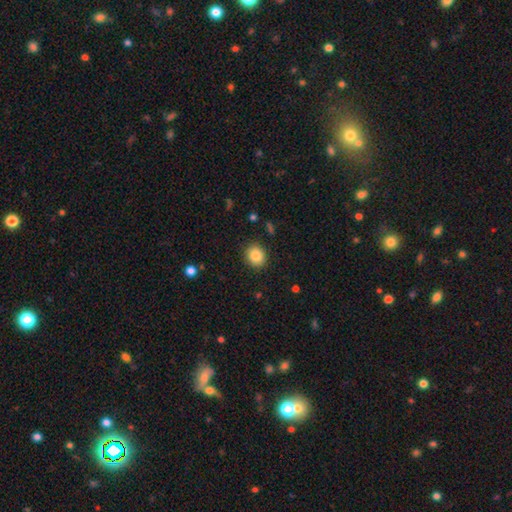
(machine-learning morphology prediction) Smooth or featured: smooth — 85% (star or artifact — 9%)
How rounded: round — 74% (in between — 26%)
Merging: none — 89% (minor disturbance — 7%)